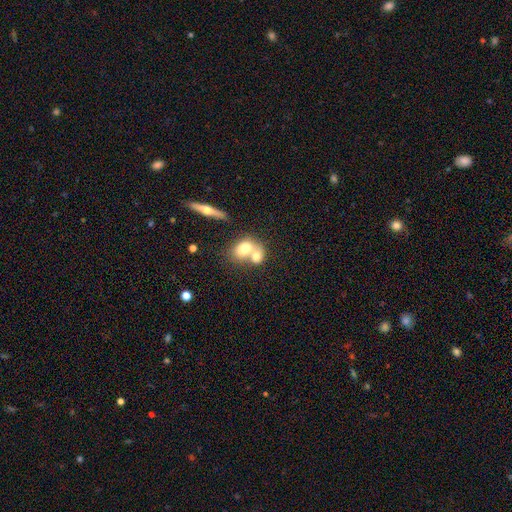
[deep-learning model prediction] The model was most divided on "how rounded": in between: 56%, round: 42%, cigar-shaped: 2%. More confident: merging — merger (69%); smooth or featured — smooth (67%).